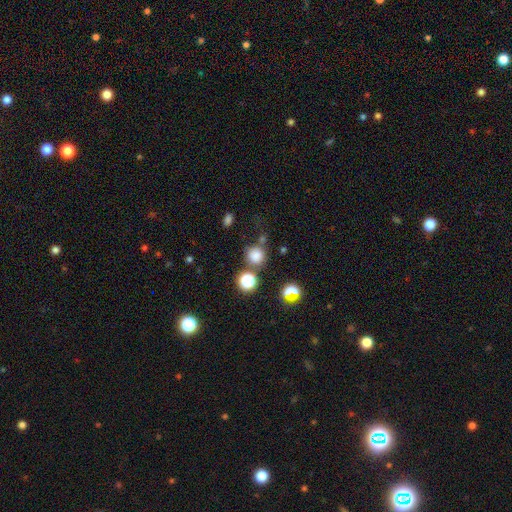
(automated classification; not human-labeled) smooth-or-featured: smooth: 76% | star or artifact: 18% | featured or disk: 6%
  how-rounded: round: 88% | in between: 11% | cigar-shaped: 1%
  merging: none: 68% | merger: 13% | minor disturbance: 13% | major disturbance: 6%